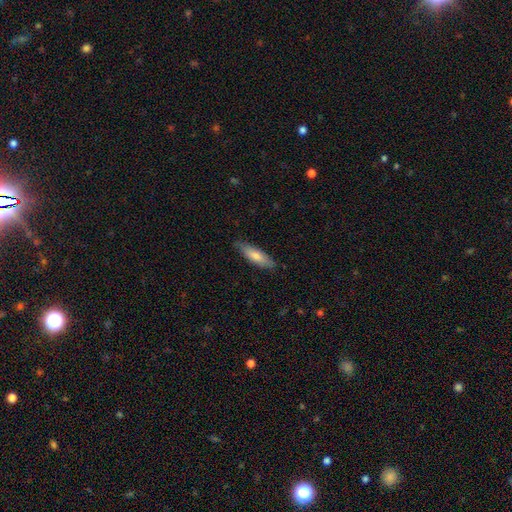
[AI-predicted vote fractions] Smooth or featured? smooth (75%)
How rounded? cigar-shaped (52%)
Merging? none (79%)